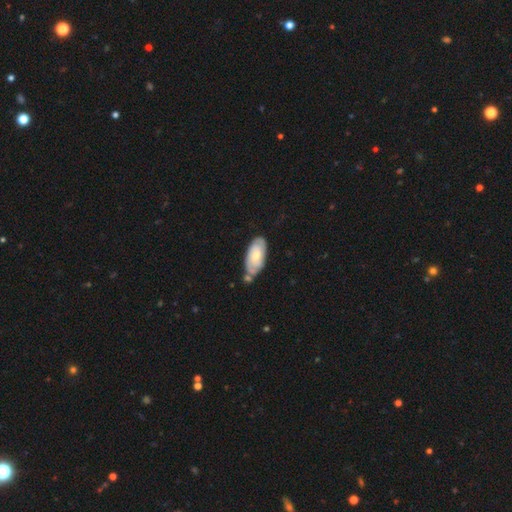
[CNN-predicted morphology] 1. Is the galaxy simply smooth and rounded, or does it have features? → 53% featured or disk, 42% smooth, 5% star or artifact.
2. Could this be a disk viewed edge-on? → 91% no, 9% yes.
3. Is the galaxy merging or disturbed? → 56% none, 21% minor disturbance, 18% merger, 5% major disturbance.